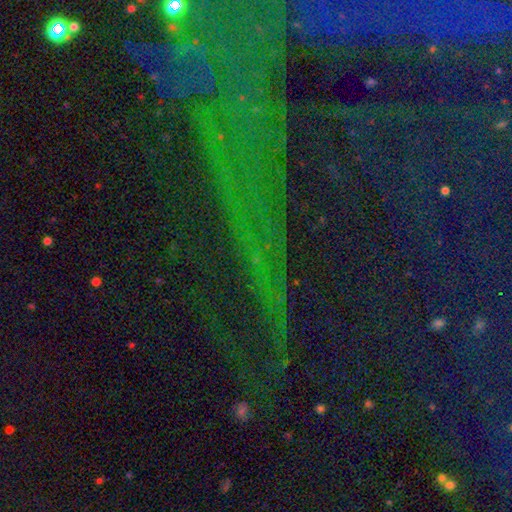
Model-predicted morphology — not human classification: Q: Smooth or featured?
A: star or artifact (80%); runner-up: featured or disk (10%)